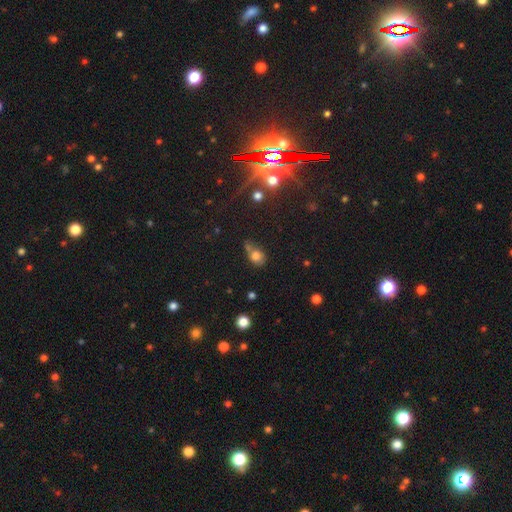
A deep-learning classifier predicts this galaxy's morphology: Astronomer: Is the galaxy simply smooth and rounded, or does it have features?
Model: smooth — 75%.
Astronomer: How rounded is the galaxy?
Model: round — 59% (runner-up: in between, 40%).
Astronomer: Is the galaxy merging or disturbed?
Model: none — 43% (runner-up: merger, 27%).